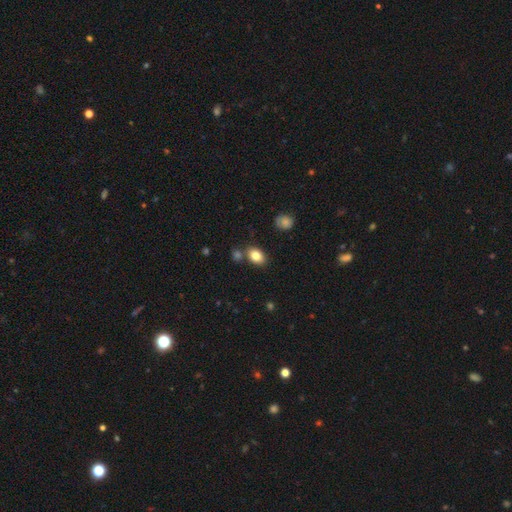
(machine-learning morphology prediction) Q: Smooth or featured?
A: smooth (83%); runner-up: star or artifact (9%)
Q: How rounded?
A: in between (78%); runner-up: round (21%)
Q: Merging?
A: none (73%); runner-up: minor disturbance (12%)